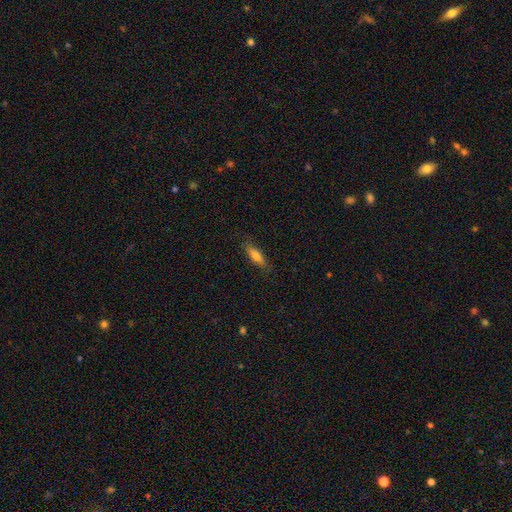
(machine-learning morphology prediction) Q: Smooth or featured?
A: smooth (74%); runner-up: featured or disk (19%)
Q: How rounded?
A: cigar-shaped (55%); runner-up: in between (43%)
Q: Merging?
A: none (82%); runner-up: minor disturbance (14%)